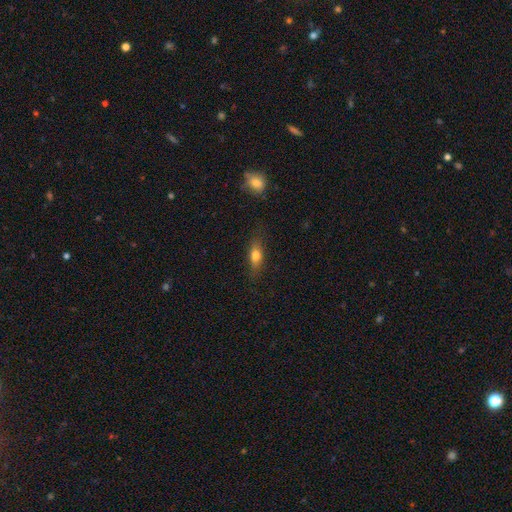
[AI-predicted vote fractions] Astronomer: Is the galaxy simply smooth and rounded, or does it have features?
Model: smooth — 70%.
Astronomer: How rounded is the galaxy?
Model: in between — 63%.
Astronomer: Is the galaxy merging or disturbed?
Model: none — 78%.